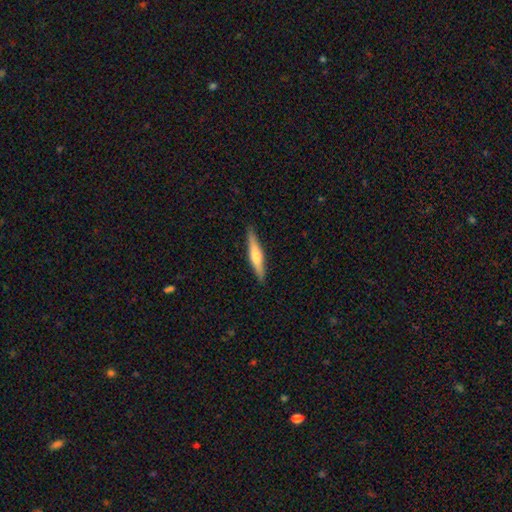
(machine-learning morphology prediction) A featured or disk galaxy (52%) viewed edge-on (96%).

Vote fractions:
- Smooth or featured? featured or disk: 52% / smooth: 43% / star or artifact: 6%
- Edge-on disk? yes: 96% / no: 4%
- Merging? none: 89% / minor disturbance: 8% / major disturbance: 2% / merger: 1%